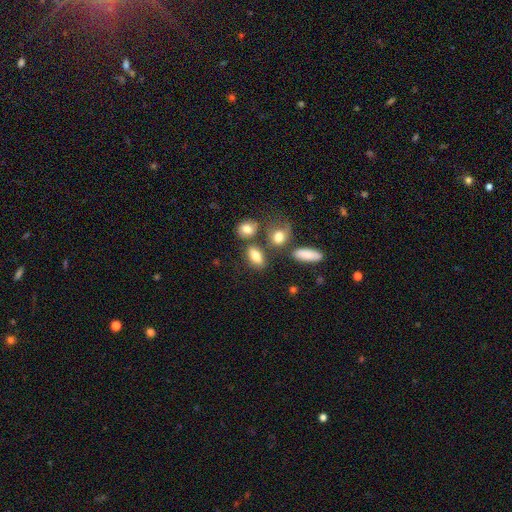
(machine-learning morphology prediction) Smooth or featured: smooth — 77% (featured or disk — 13%)
How rounded: in between — 78% (round — 12%)
Merging: none — 63% (merger — 17%)